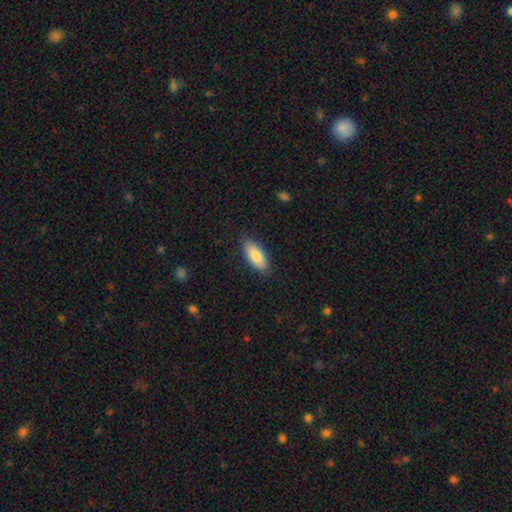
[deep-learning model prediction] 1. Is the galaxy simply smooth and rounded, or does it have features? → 83% smooth, 11% featured or disk, 6% star or artifact.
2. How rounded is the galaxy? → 83% in between, 15% cigar-shaped, 2% round.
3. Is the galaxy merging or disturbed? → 86% none, 11% minor disturbance, 2% major disturbance, 1% merger.